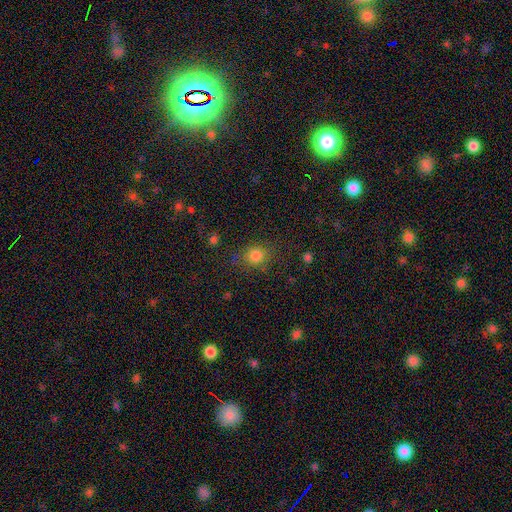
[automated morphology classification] Overall: smooth (81%). How rounded: round (74%). Merging: none (77%).